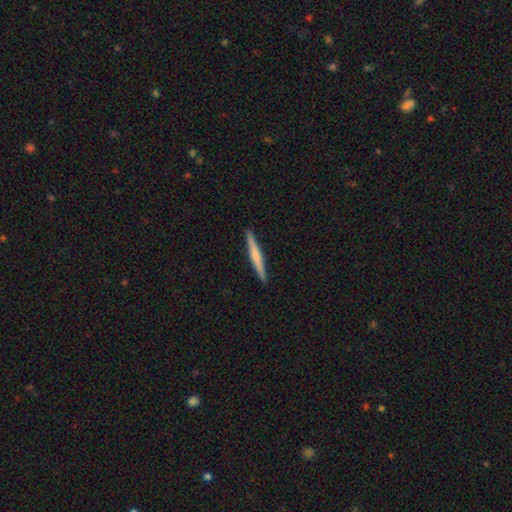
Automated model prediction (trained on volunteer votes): Morphology: type=featured or disk (48%); merging=none (92%).